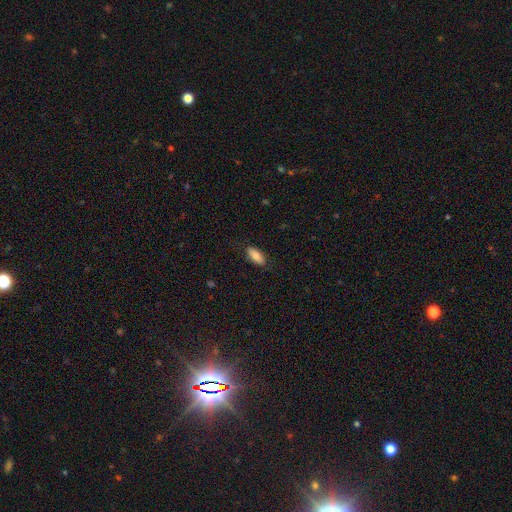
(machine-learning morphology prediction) Smooth or featured?
  - smooth: 79% *
  - featured or disk: 14%
  - star or artifact: 7%
How rounded?
  - in between: 84% *
  - cigar-shaped: 14%
  - round: 2%
Merging?
  - none: 84% *
  - minor disturbance: 12%
  - major disturbance: 3%
  - merger: 1%